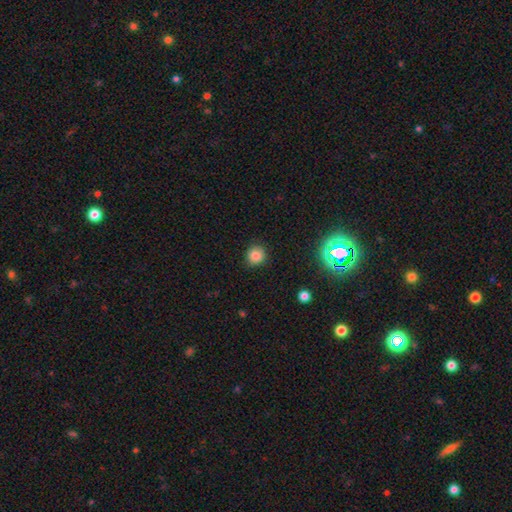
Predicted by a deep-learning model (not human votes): Overall: smooth (83%). How rounded: round (85%). Merging: none (86%).